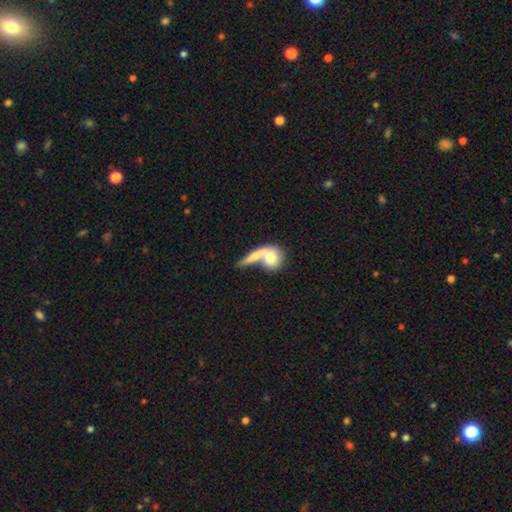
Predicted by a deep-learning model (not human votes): Smooth or featured? smooth (66%)
How rounded? round (47%)
Merging? merger (57%)